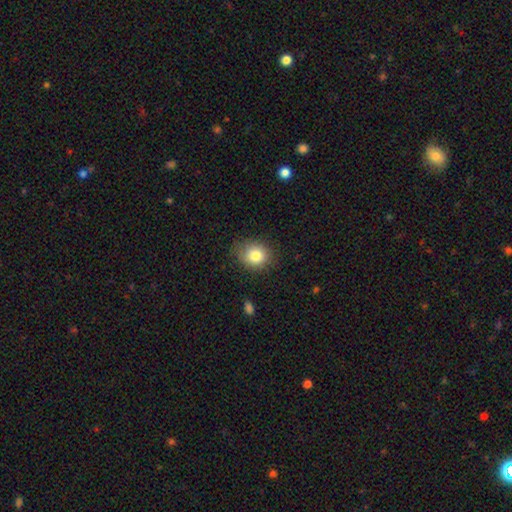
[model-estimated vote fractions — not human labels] This appears to be a smooth galaxy with no disk features (82%) that is round (66%). Merging: none (76%).